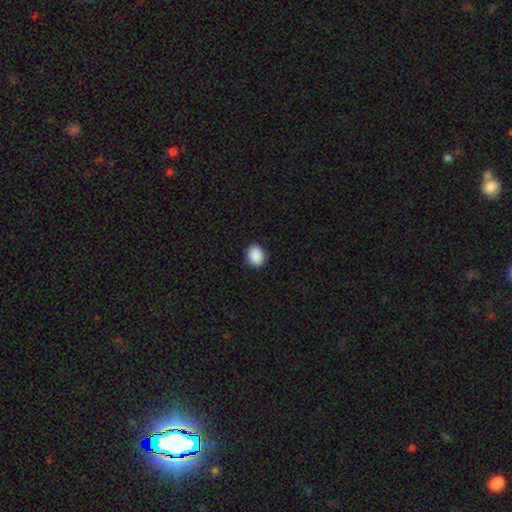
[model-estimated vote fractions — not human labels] A smooth galaxy with no disk features (90%) that is round (54%).

Vote fractions:
- Smooth or featured? smooth: 90% / star or artifact: 8% / featured or disk: 2%
- How rounded? round: 54% / in between: 45% / cigar-shaped: 1%
- Merging? none: 89% / minor disturbance: 8% / major disturbance: 2% / merger: 1%